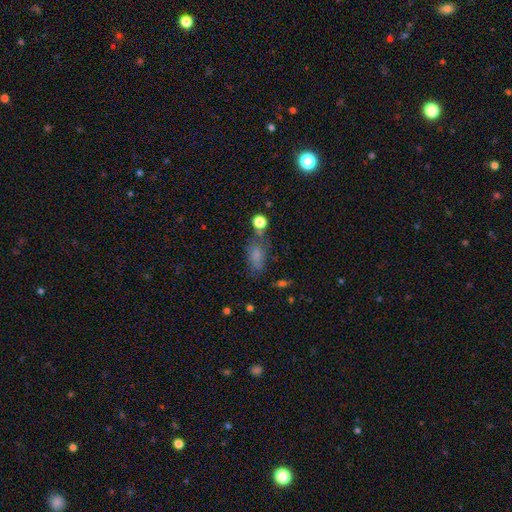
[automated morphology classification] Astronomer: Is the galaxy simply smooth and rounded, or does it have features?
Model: smooth — 52% (runner-up: star or artifact, 29%).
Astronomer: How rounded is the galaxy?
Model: in between — 76%.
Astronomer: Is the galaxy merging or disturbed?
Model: none — 63%.